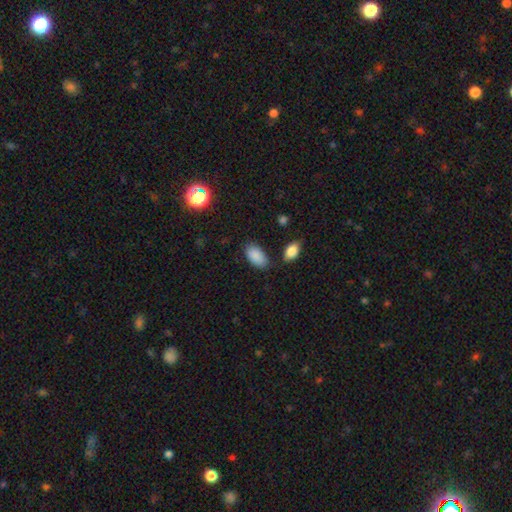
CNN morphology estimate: The model was most divided on "merging": none: 75%, minor disturbance: 16%, merger: 5%, major disturbance: 4%. More confident: how rounded — in between (95%); smooth or featured — smooth (88%).